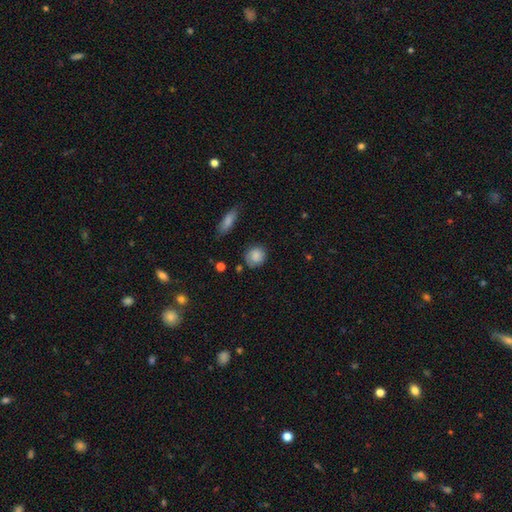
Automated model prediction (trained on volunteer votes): A smooth galaxy with no disk features (83%) that is round (76%).

Vote fractions:
- Smooth or featured? smooth: 83% / featured or disk: 9% / star or artifact: 8%
- How rounded? round: 76% / in between: 22% / cigar-shaped: 2%
- Merging? none: 73% / minor disturbance: 19% / major disturbance: 4% / merger: 3%